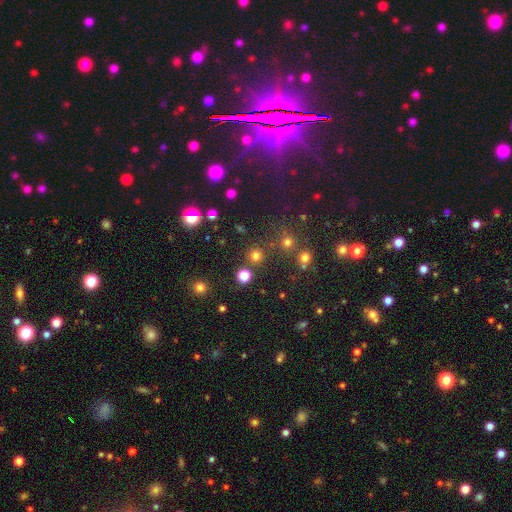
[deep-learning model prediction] A smooth galaxy with no disk features (74%) that is round (93%). Merging: none (84%).